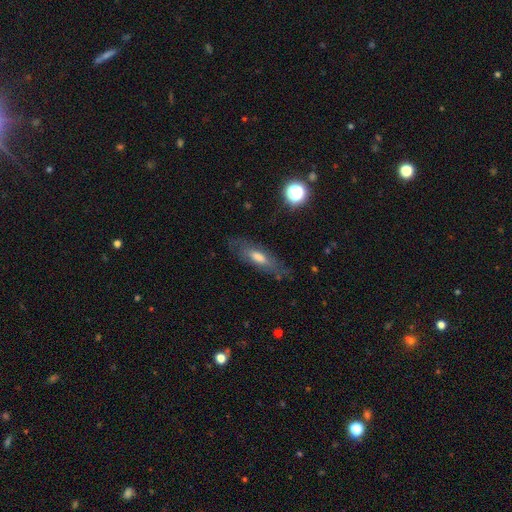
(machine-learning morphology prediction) Smooth or featured? featured or disk (46%)
Merging? none (78%)